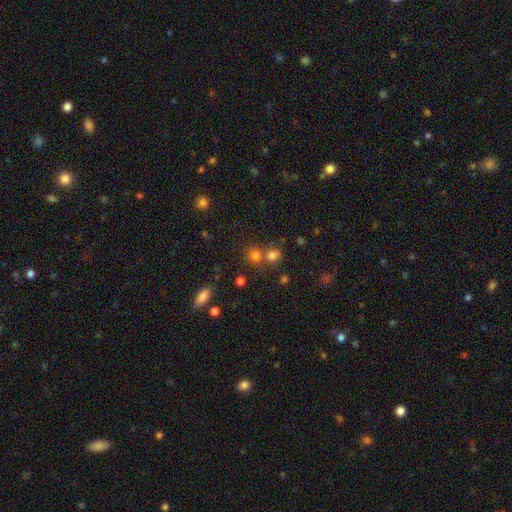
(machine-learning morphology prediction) type=smooth (75%); roundness=round (80%); merging=none (54%).